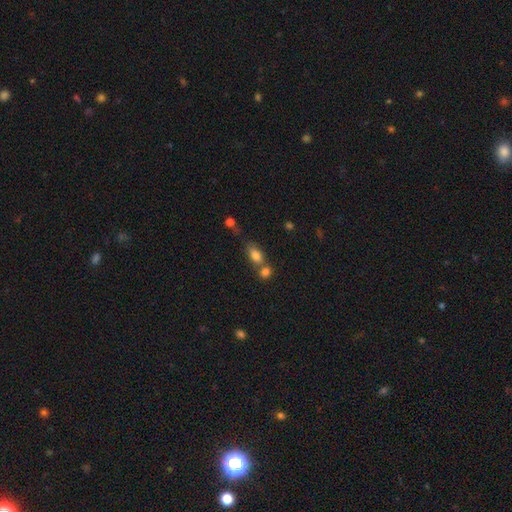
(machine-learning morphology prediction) A smooth galaxy with no disk features (79%) that is in between round and cigar-shaped (81%).

Vote fractions:
- Smooth or featured? smooth: 79% / star or artifact: 11% / featured or disk: 10%
- How rounded? in between: 81% / round: 14% / cigar-shaped: 5%
- Merging? none: 42% / merger: 40% / minor disturbance: 13% / major disturbance: 5%